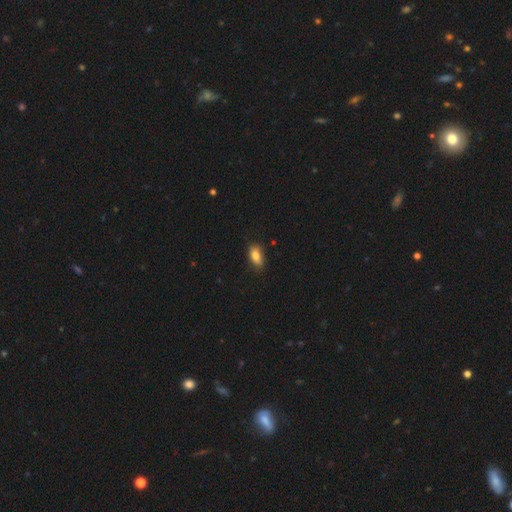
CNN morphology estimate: smooth 83%, star or artifact 8%, featured or disk 8%. Down the decision tree: how rounded — in between (89%); merging — none (75%).